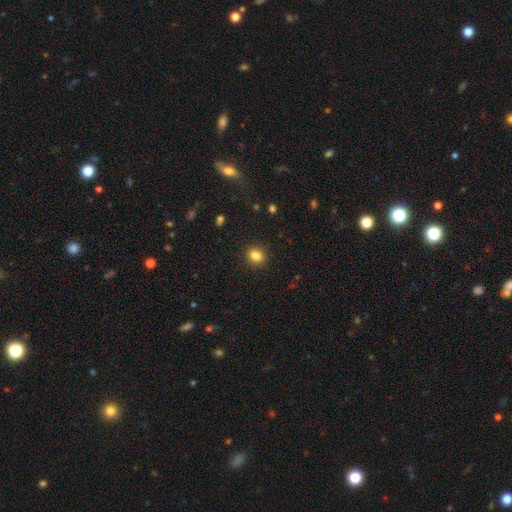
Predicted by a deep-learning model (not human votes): A smooth galaxy with no disk features (84%) that is round (63%). Merging: none (90%).